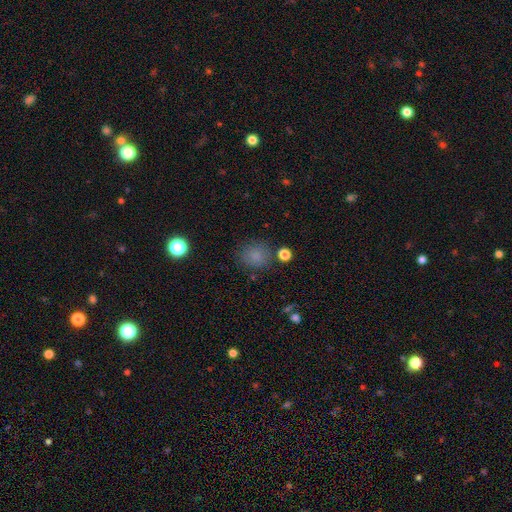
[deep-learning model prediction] Smooth or featured: smooth — 81% (star or artifact — 13%)
How rounded: round — 81% (in between — 18%)
Merging: none — 80% (minor disturbance — 12%)